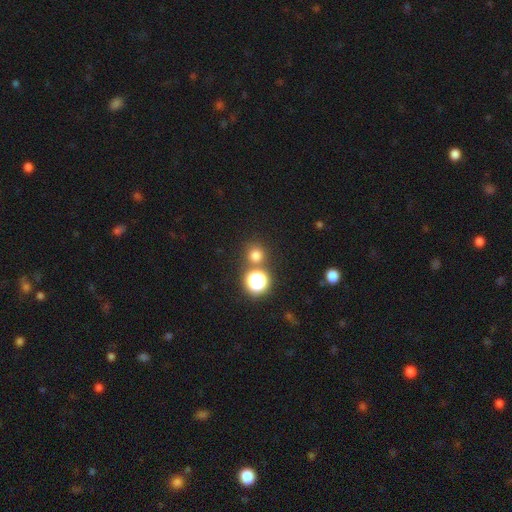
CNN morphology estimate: Smooth or featured?
  - smooth: 71% *
  - star or artifact: 23%
  - featured or disk: 5%
How rounded?
  - round: 93% *
  - in between: 6%
  - cigar-shaped: 1%
Merging?
  - none: 78% *
  - merger: 13%
  - minor disturbance: 7%
  - major disturbance: 3%